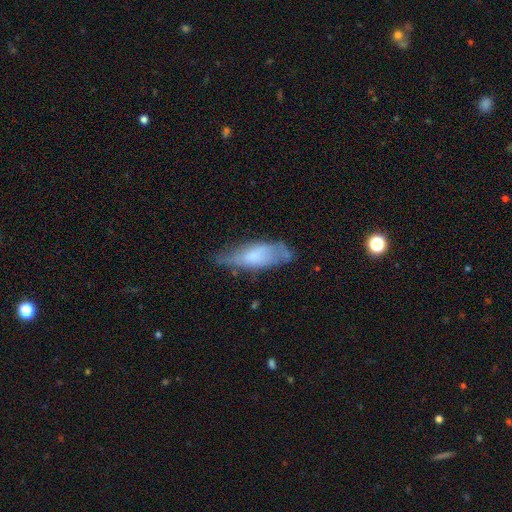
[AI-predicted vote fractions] smooth-or-featured: smooth: 60% | featured or disk: 33% | star or artifact: 7%
  how-rounded: in between: 63% | cigar-shaped: 35% | round: 2%
  merging: none: 51% | minor disturbance: 34% | major disturbance: 12% | merger: 3%